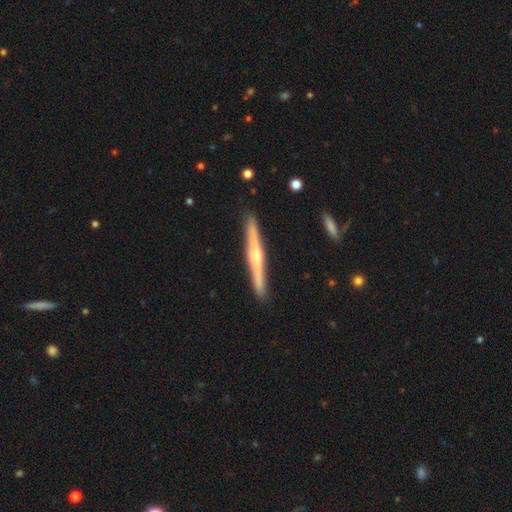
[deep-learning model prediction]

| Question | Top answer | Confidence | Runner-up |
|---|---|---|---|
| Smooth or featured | featured or disk | 71% | smooth (23%) |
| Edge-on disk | yes | 98% | no (2%) |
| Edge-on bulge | rounded | 77% | none (15%) |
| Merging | none | 91% | minor disturbance (6%) |